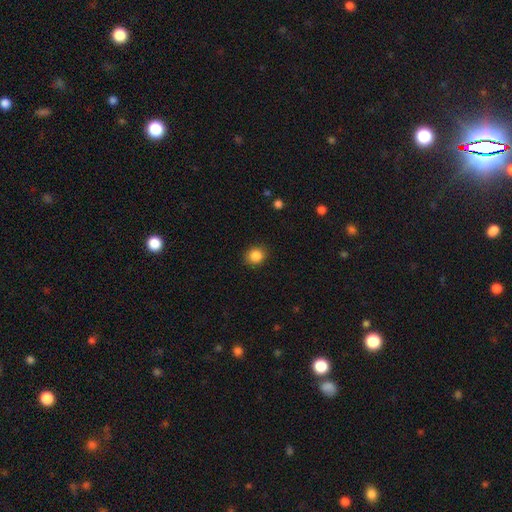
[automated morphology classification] The model was most divided on "how rounded": round: 81%, in between: 18%, cigar-shaped: 1%. More confident: merging — none (89%); smooth or featured — smooth (87%).